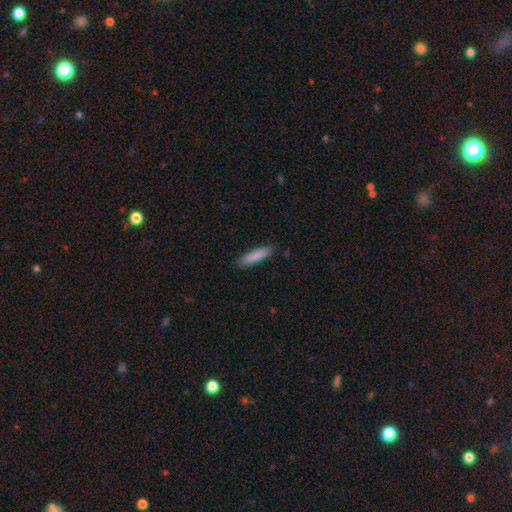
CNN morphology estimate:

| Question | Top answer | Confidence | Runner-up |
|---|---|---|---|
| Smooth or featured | smooth | 85% | featured or disk (9%) |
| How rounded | cigar-shaped | 78% | in between (21%) |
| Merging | none | 88% | minor disturbance (10%) |